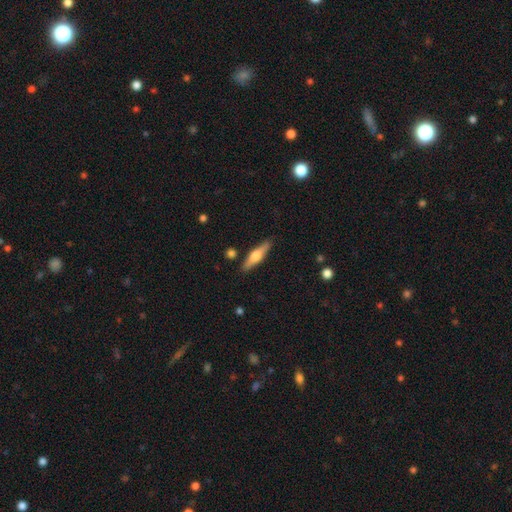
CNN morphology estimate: This appears to be a featured or disk galaxy (53%) viewed edge-on (94%). Merging: none (88%).